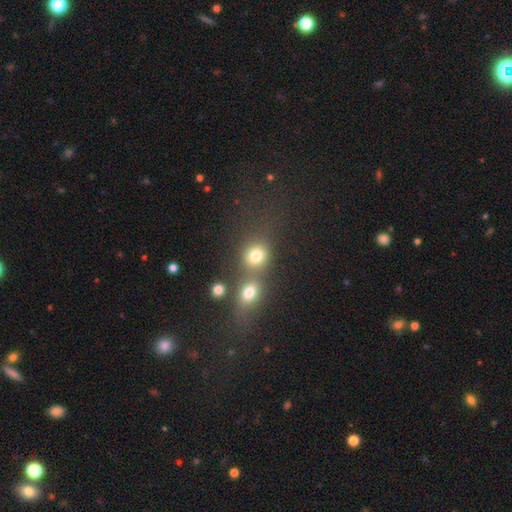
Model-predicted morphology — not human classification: This is likely a smooth galaxy (78%). How rounded: likely round (74%). Merging: marginally none (44%).